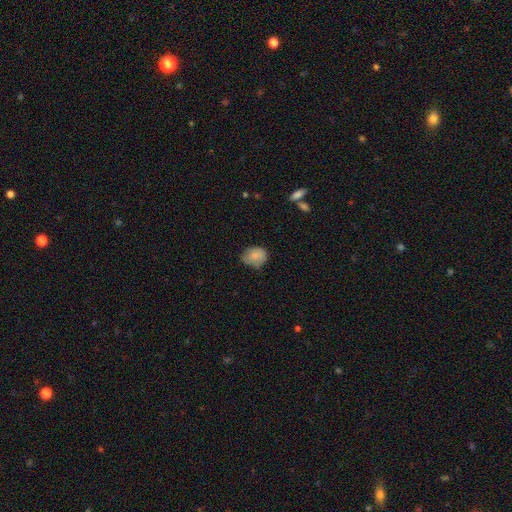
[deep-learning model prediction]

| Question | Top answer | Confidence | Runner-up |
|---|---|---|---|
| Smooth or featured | smooth | 81% | featured or disk (10%) |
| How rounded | in between | 50% | round (49%) |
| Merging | none | 59% | minor disturbance (32%) |